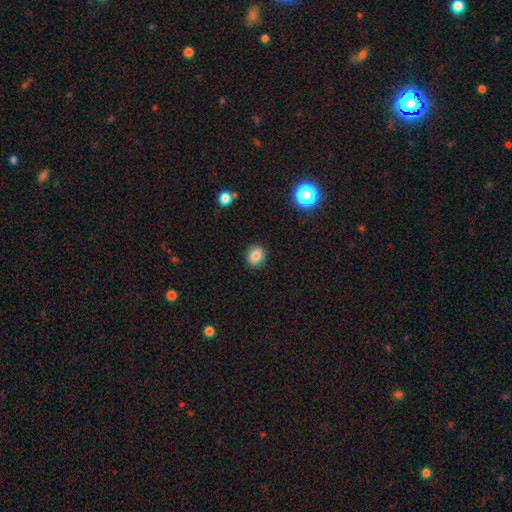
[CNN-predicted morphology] A smooth galaxy with no disk features (83%) that is round (68%).

Vote fractions:
- Smooth or featured? smooth: 83% / star or artifact: 10% / featured or disk: 7%
- How rounded? round: 68% / in between: 31% / cigar-shaped: 1%
- Merging? none: 88% / minor disturbance: 8% / major disturbance: 2% / merger: 1%